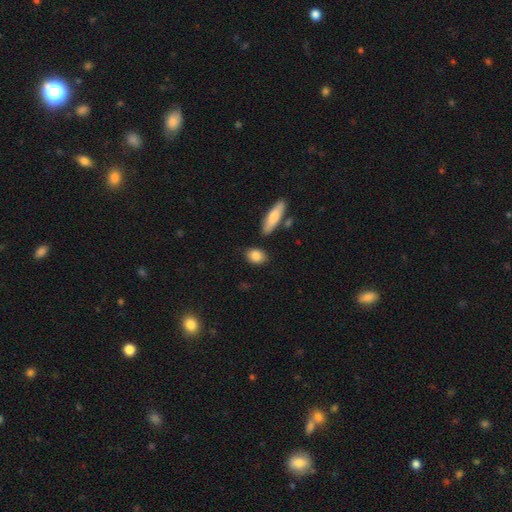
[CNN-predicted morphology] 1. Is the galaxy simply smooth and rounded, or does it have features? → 85% smooth, 8% featured or disk, 7% star or artifact.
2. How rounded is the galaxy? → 71% in between, 24% round, 4% cigar-shaped.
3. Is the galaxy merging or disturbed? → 80% none, 13% minor disturbance, 5% merger, 3% major disturbance.